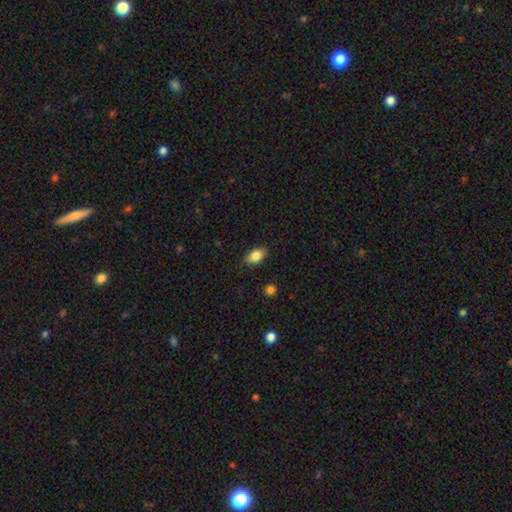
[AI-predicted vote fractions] Overall: smooth (85%). How rounded: in between (88%). Merging: none (86%).